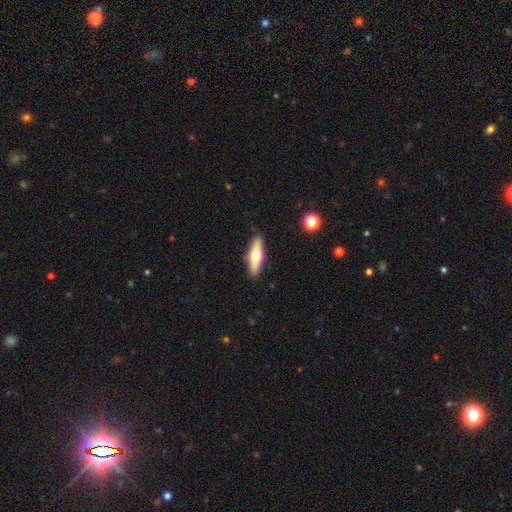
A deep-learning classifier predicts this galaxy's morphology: type=smooth (54%); roundness=cigar-shaped (55%); merging=none (88%).